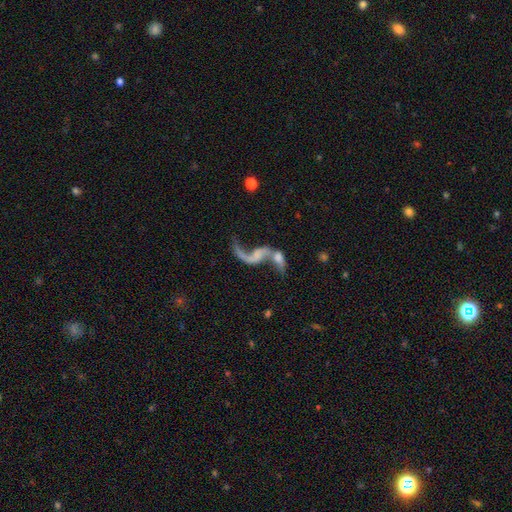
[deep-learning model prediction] Smooth or featured? featured or disk (75%)
Edge-on disk? no (95%)
Bar? no (60%)
Spiral arms? yes (76%)
Spiral winding? loose (93%)
Spiral arm count? 2 (68%)
Bulge size? none (53%)
Merging? merger (61%)